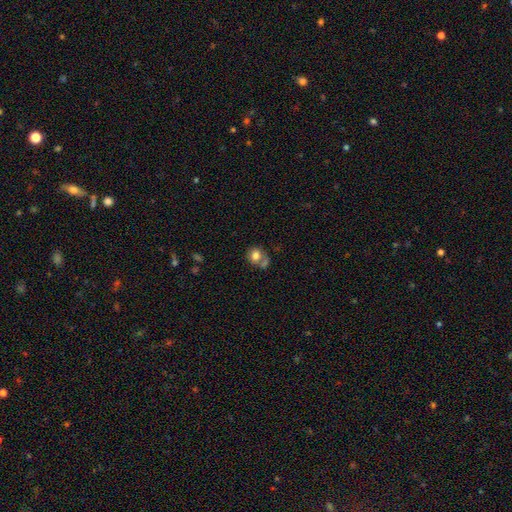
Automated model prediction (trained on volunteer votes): This is likely a smooth galaxy (75%). How rounded: likely round (65%). Merging: marginally none (43%).